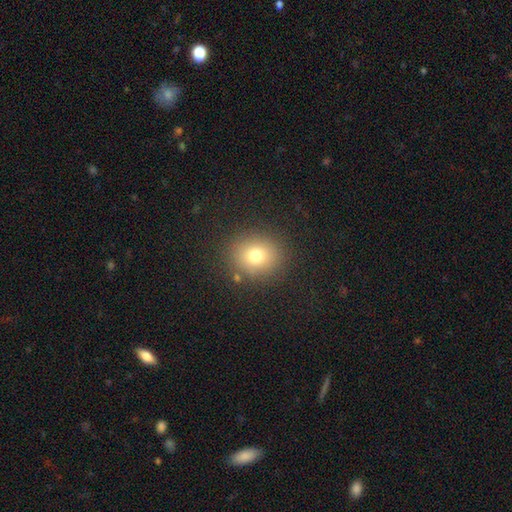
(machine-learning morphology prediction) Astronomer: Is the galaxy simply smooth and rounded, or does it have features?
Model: smooth — 76%.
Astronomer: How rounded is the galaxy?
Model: round — 77%.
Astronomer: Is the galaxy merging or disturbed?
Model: none — 87%.